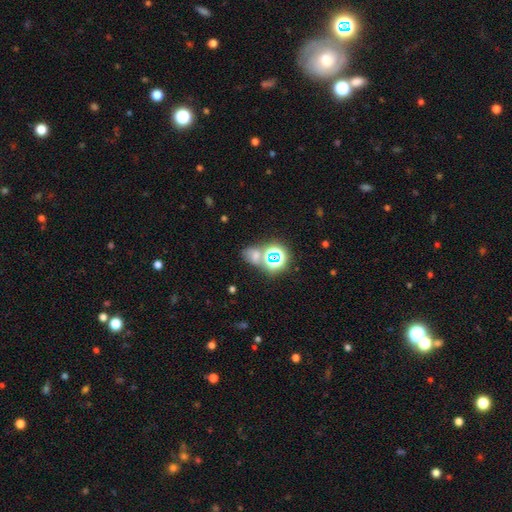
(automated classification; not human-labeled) star or artifact 45%, smooth 44%, featured or disk 11%.